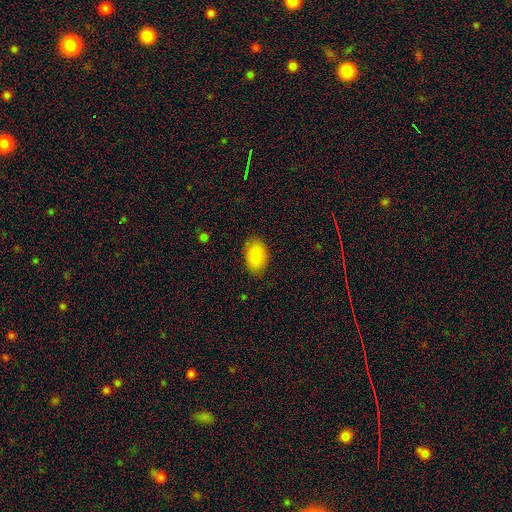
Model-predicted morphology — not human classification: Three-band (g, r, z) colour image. It shows a smooth galaxy with no disk features (88%) that is in between round and cigar-shaped (91%). Merging: none (85%).